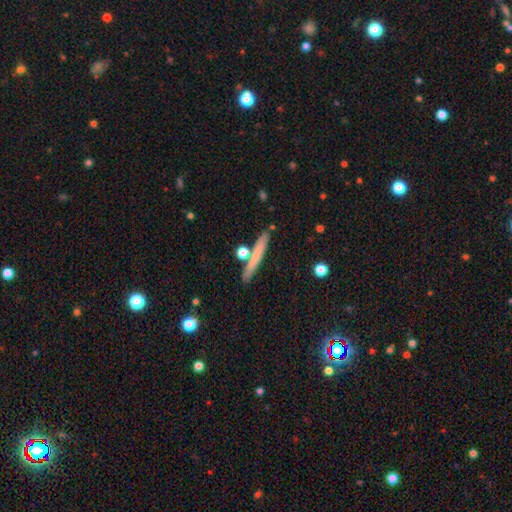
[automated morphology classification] smooth-or-featured: smooth: 65% | featured or disk: 27% | star or artifact: 7%
  how-rounded: cigar-shaped: 93% | in between: 4% | round: 3%
  merging: none: 82% | minor disturbance: 9% | merger: 7% | major disturbance: 2%